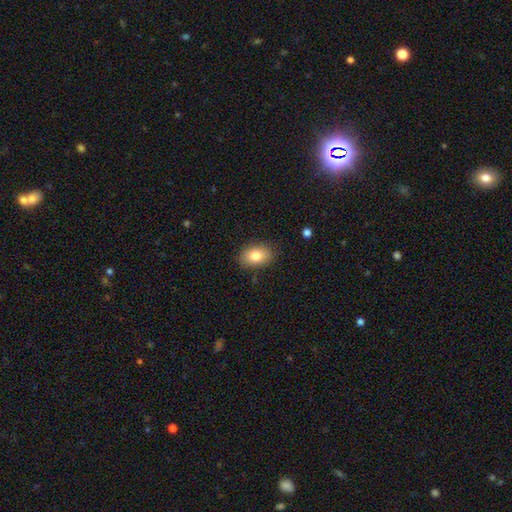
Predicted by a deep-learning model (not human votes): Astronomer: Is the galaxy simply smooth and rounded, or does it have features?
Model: smooth — 82%.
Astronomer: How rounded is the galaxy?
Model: in between — 85%.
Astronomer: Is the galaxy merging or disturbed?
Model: none — 85%.